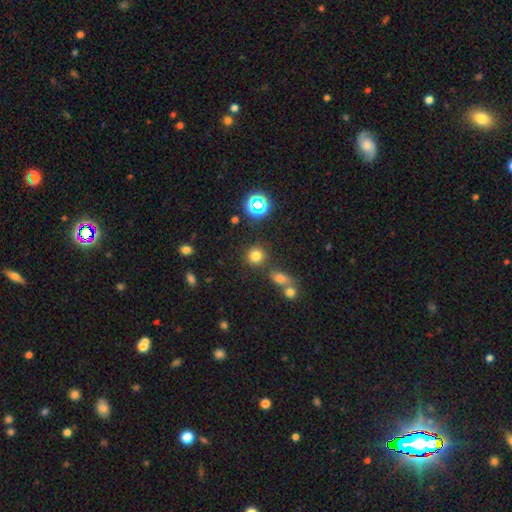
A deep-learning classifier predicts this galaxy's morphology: A smooth galaxy with no disk features (74%) that is round (90%).

Vote fractions:
- Smooth or featured? smooth: 74% / star or artifact: 19% / featured or disk: 7%
- How rounded? round: 90% / in between: 9% / cigar-shaped: 1%
- Merging? none: 80% / merger: 9% / minor disturbance: 8% / major disturbance: 4%